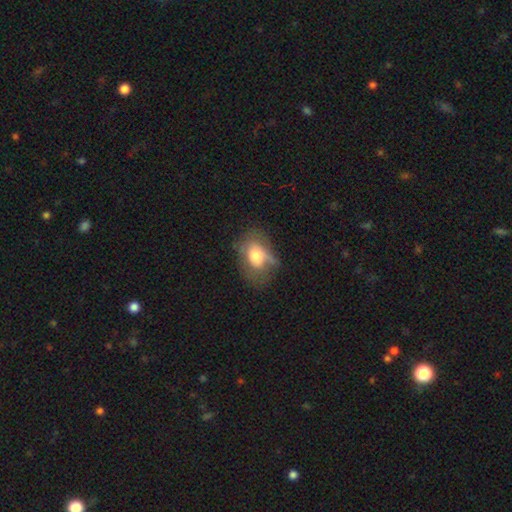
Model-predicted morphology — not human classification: Smooth or featured? smooth (60%)
How rounded? in between (75%)
Merging? none (41%)